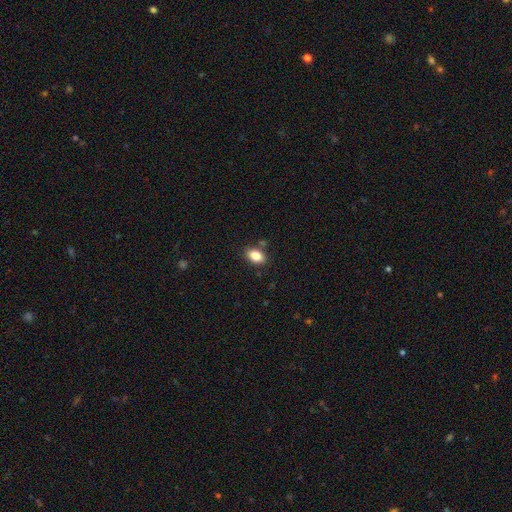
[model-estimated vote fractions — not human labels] Smooth or featured: smooth — 84% (star or artifact — 9%)
How rounded: in between — 85% (round — 13%)
Merging: none — 83% (minor disturbance — 10%)